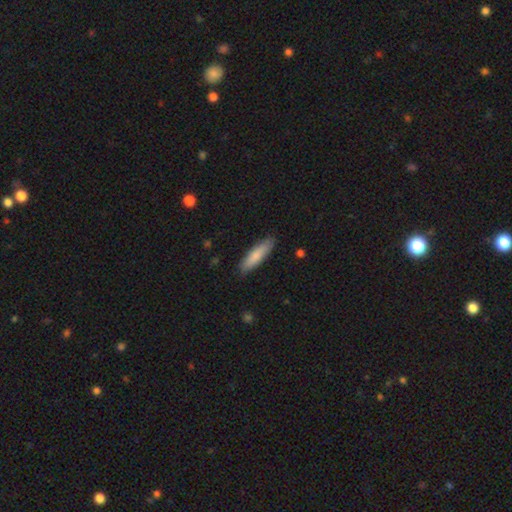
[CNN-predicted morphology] Q: Smooth or featured?
A: smooth (81%); runner-up: featured or disk (14%)
Q: How rounded?
A: cigar-shaped (69%); runner-up: in between (30%)
Q: Merging?
A: none (87%); runner-up: minor disturbance (10%)